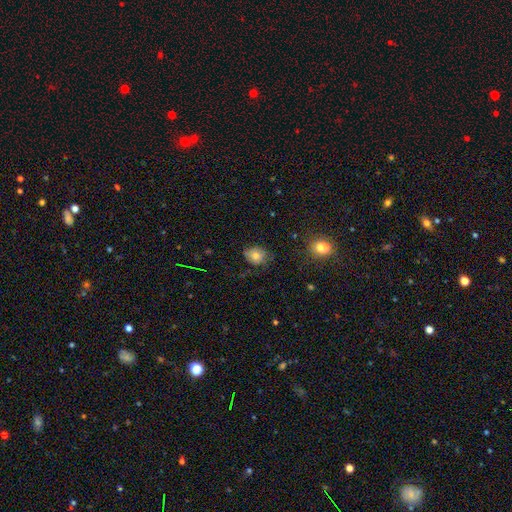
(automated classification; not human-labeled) Smooth or featured?
  - smooth: 71% *
  - featured or disk: 17%
  - star or artifact: 12%
How rounded?
  - round: 51% *
  - in between: 48%
  - cigar-shaped: 1%
Merging?
  - none: 63% *
  - minor disturbance: 27%
  - major disturbance: 8%
  - merger: 2%